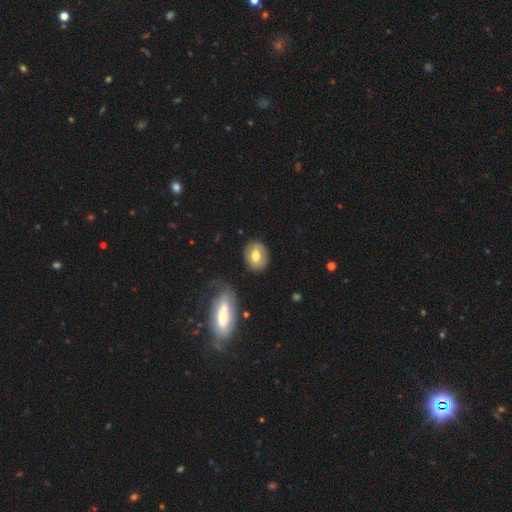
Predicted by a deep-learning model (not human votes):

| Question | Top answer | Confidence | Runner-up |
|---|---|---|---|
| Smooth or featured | smooth | 66% | featured or disk (27%) |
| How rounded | in between | 51% | round (48%) |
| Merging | none | 81% | minor disturbance (13%) |